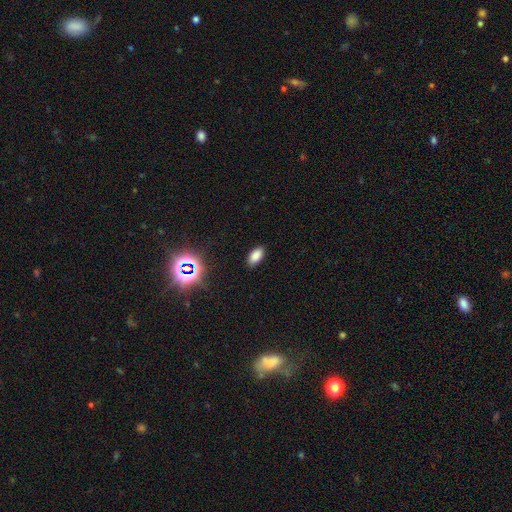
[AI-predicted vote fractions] Smooth or featured? smooth (80%)
How rounded? in between (92%)
Merging? none (87%)